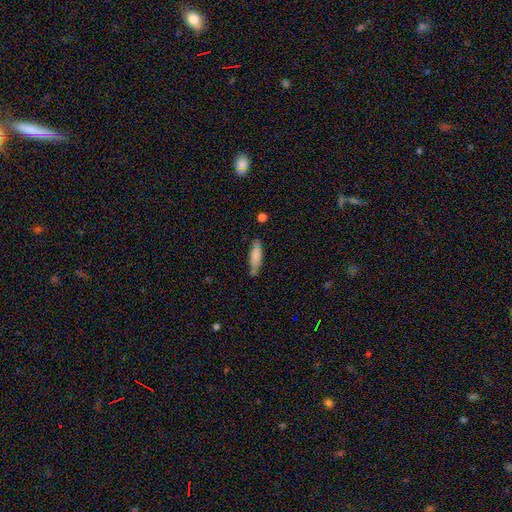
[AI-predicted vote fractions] This is likely a smooth galaxy (78%). How rounded: possibly cigar-shaped (53%). Merging: likely none (62%).